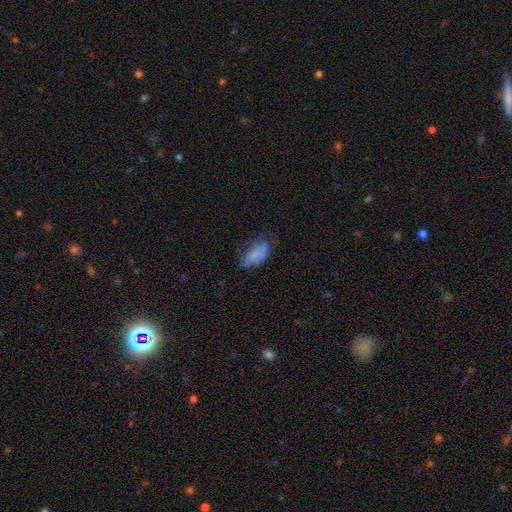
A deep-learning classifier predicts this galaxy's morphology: This is likely a smooth galaxy (67%). How rounded: clearly in between (91%). Merging: marginally none (42%).